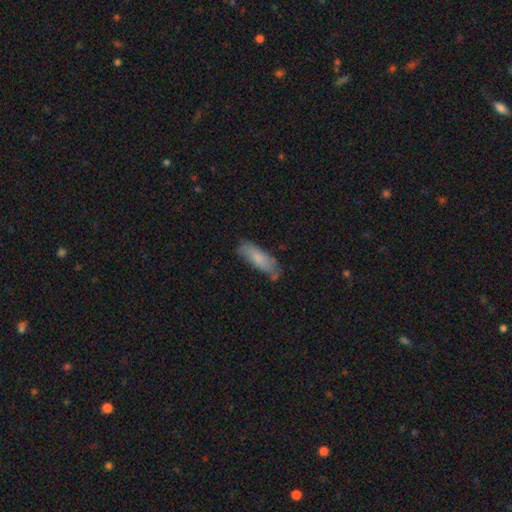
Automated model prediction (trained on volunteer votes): Smooth or featured?
  - smooth: 75% *
  - featured or disk: 18%
  - star or artifact: 6%
How rounded?
  - cigar-shaped: 50% *
  - in between: 48%
  - round: 2%
Merging?
  - none: 69% *
  - minor disturbance: 23%
  - major disturbance: 5%
  - merger: 3%